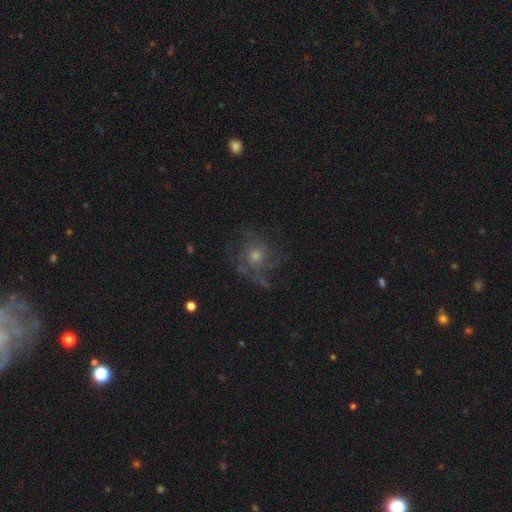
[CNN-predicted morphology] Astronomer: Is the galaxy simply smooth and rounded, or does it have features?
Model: featured or disk — 66%.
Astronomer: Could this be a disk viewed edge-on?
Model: no — 97%.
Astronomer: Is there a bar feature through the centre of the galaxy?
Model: no — 82%.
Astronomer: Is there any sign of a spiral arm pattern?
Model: yes — 83%.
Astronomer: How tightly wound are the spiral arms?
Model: medium — 43% (runner-up: tight, 35%).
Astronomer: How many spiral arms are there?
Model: can't tell — 35% (runner-up: 3, 24%).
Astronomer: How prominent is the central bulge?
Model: moderate — 50% (runner-up: small, 41%).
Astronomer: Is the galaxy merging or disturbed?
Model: none — 65%.